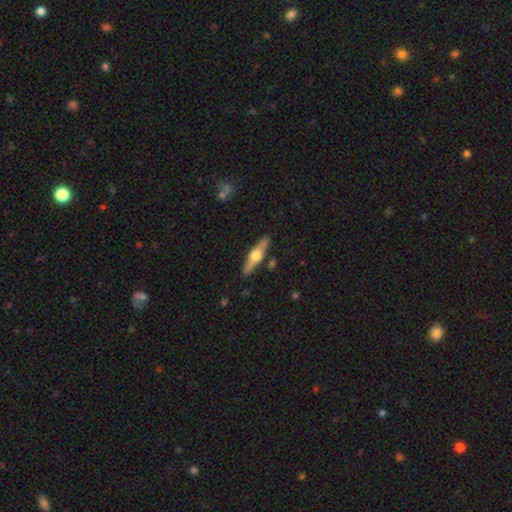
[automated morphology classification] This is likely a featured or disk galaxy (64%). It is clearly viewed edge-on (95%). Edge-on bulge: clearly rounded (95%). Merging: clearly none (88%).